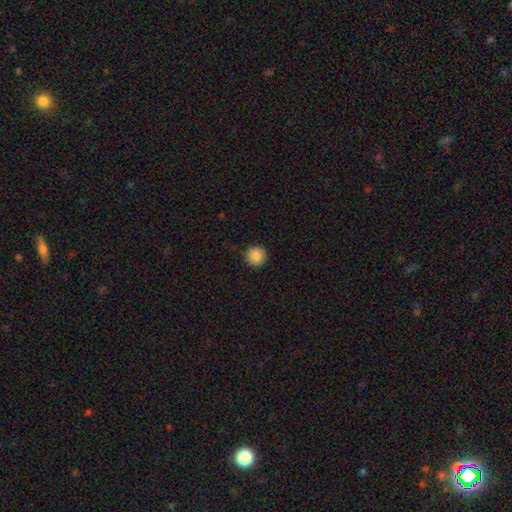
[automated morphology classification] The model was most divided on "smooth or featured": smooth: 88%, star or artifact: 9%, featured or disk: 4%. More confident: how rounded — round (95%); merging — none (92%).